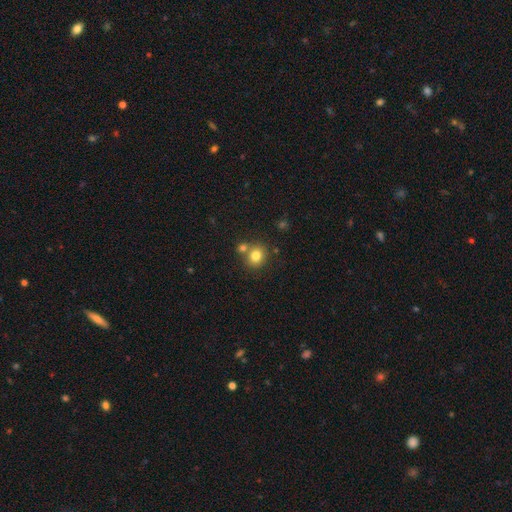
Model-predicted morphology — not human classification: Smooth or featured?
  - smooth: 80% *
  - star or artifact: 11%
  - featured or disk: 9%
How rounded?
  - round: 76% *
  - in between: 24%
  - cigar-shaped: 1%
Merging?
  - none: 64% *
  - merger: 24%
  - minor disturbance: 9%
  - major disturbance: 3%